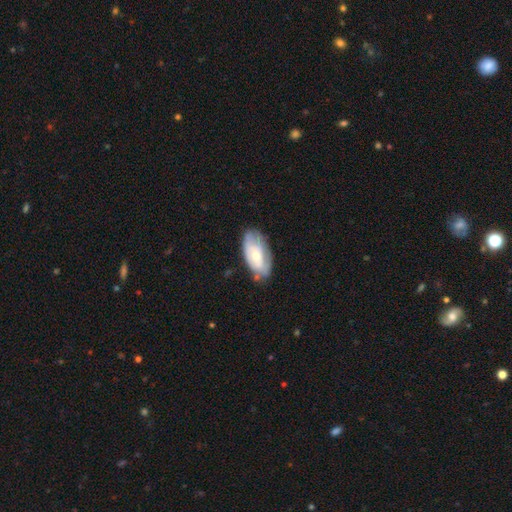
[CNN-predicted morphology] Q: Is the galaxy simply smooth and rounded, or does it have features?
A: featured or disk — 50%.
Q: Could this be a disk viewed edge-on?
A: no — 91%.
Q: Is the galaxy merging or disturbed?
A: none — 59%.